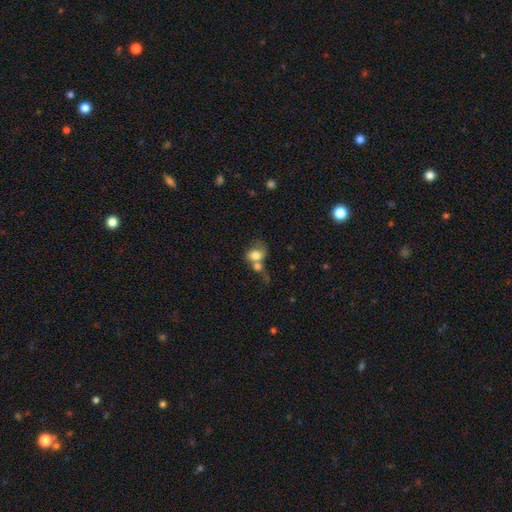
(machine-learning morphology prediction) Smooth or featured? smooth (73%)
How rounded? in between (59%)
Merging? merger (61%)